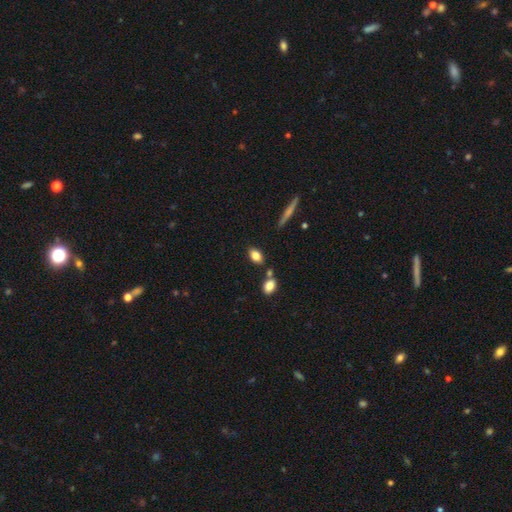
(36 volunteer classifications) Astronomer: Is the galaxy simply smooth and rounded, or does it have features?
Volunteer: smooth — 81%.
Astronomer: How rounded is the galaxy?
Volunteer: in between — 86%.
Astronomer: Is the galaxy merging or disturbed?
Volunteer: none — 85%.